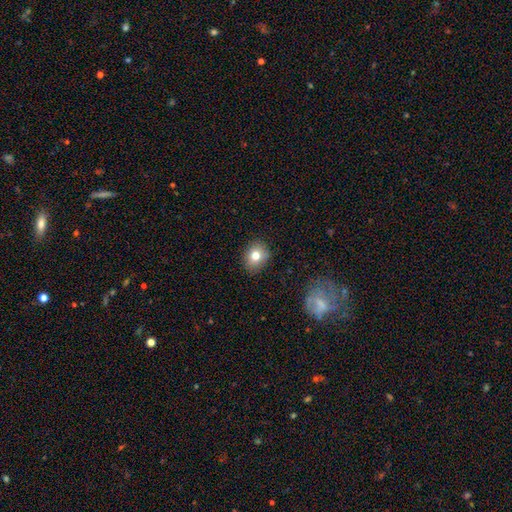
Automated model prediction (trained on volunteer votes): Smooth or featured? Predicted: smooth (p=0.77). How rounded? Predicted: round (p=0.58). Merging? Predicted: none (p=0.85).